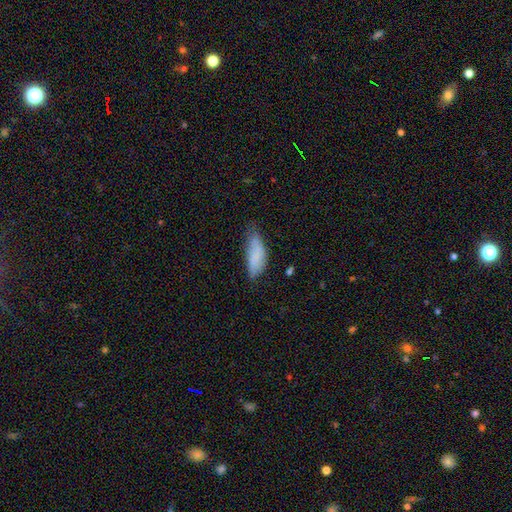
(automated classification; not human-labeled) smooth 78%, featured or disk 14%, star or artifact 8%. Down the decision tree: how rounded — in between (72%); merging — none (42%).